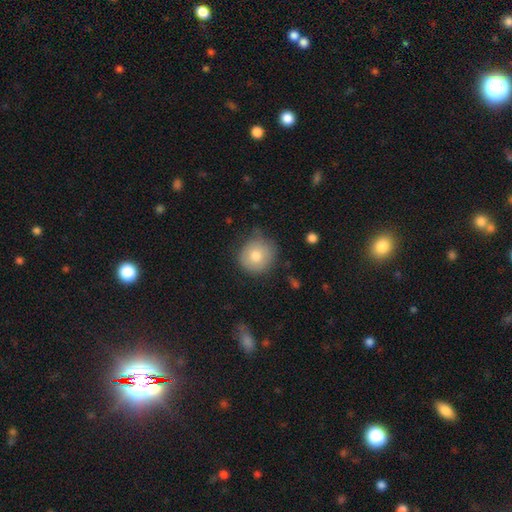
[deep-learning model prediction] This is likely a smooth galaxy (77%). How rounded: clearly round (89%). Merging: likely none (69%).